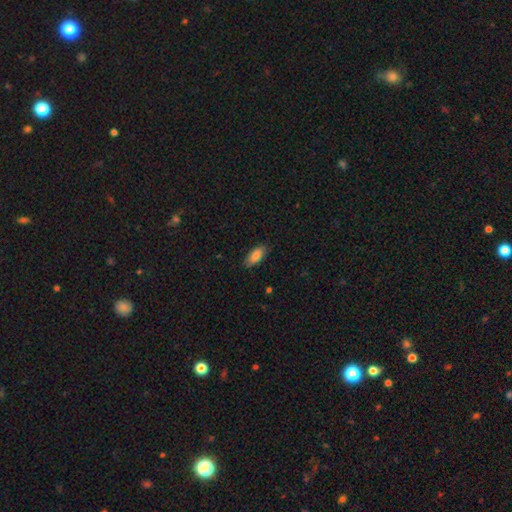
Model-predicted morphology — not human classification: Overall: smooth (83%). How rounded: in between (85%). Merging: none (84%).